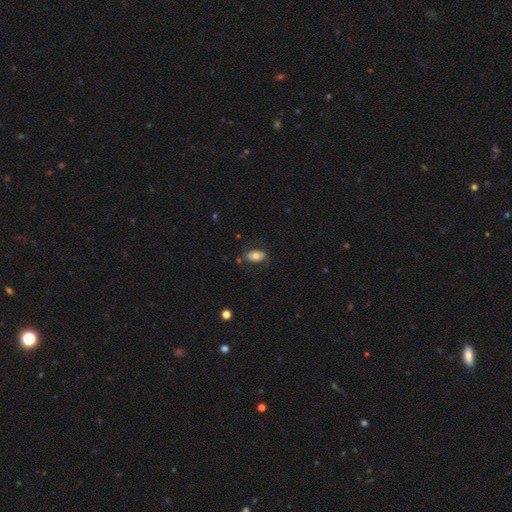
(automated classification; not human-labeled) Smooth or featured? Predicted: smooth (p=0.64). How rounded? Predicted: in between (p=0.90). Merging? Predicted: none (p=0.69).